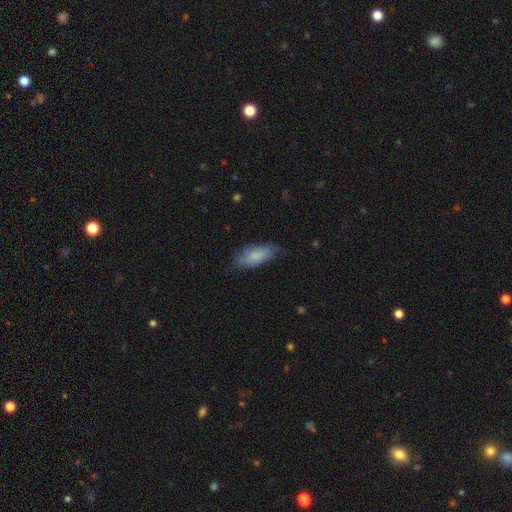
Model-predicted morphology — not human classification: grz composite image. It shows a smooth galaxy with no disk features (78%) that is in between round and cigar-shaped (80%). Merging: none (73%).